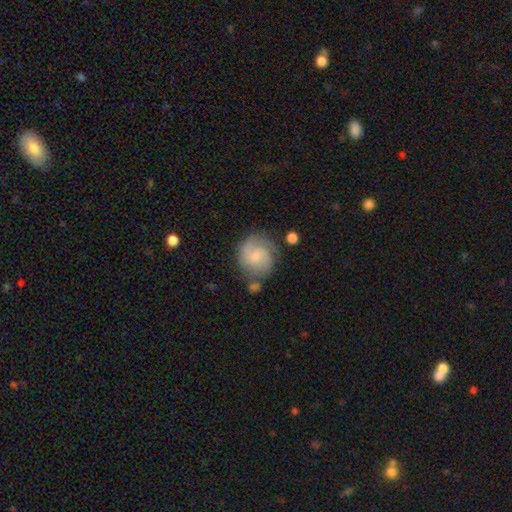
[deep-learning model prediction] A featured or disk galaxy (56%) with no bar (55%), spiral arms (89%) and a small central bulge (61%).

Vote fractions:
- Smooth or featured? featured or disk: 56% / smooth: 37% / star or artifact: 7%
- Edge-on disk? no: 98% / yes: 2%
- Bar? no: 55% / weak: 40% / strong: 5%
- Spiral arms? yes: 89% / no: 11%
- Bulge size? small: 61% / moderate: 25% / none: 10% / large: 2% / dominant: 1%
- Merging? none: 65% / minor disturbance: 19% / merger: 8% / major disturbance: 8%